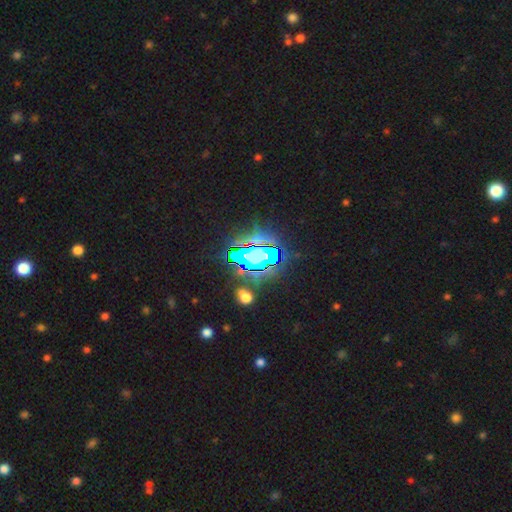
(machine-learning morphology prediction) This appears to be a star or artifact, not a galaxy (64%).